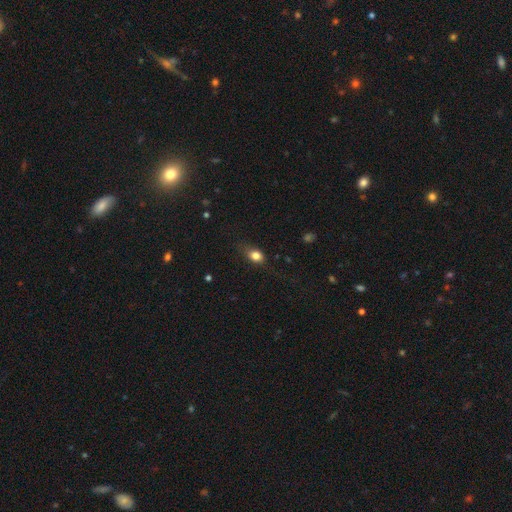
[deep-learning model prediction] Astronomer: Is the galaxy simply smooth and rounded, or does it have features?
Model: smooth — 81%.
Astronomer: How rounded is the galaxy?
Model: in between — 66%.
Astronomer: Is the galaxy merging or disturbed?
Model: none — 66%.